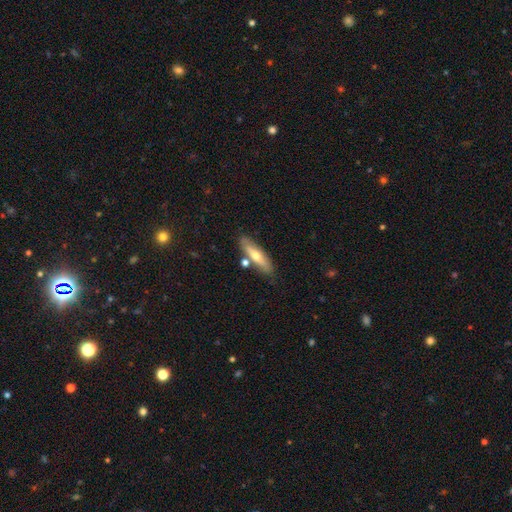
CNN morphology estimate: type=smooth (53%); roundness=cigar-shaped (61%); merging=none (74%).